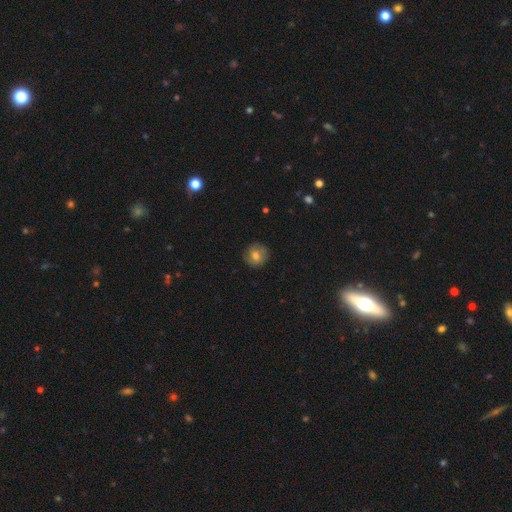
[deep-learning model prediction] Smooth or featured? smooth (74%)
How rounded? round (91%)
Merging? none (86%)